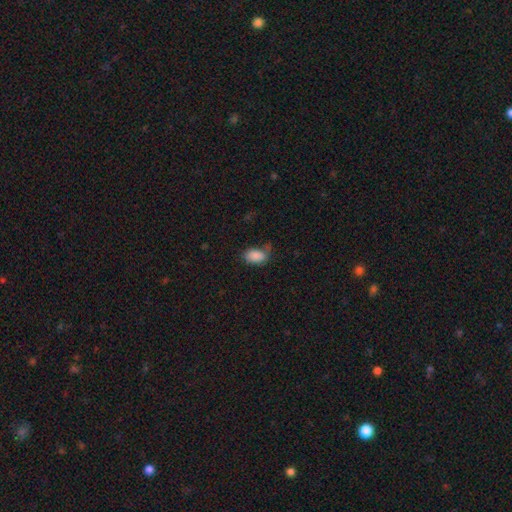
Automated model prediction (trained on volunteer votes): Smooth or featured?
  - smooth: 86% *
  - star or artifact: 8%
  - featured or disk: 6%
How rounded?
  - in between: 90% *
  - round: 8%
  - cigar-shaped: 1%
Merging?
  - none: 53% *
  - minor disturbance: 29%
  - major disturbance: 14%
  - merger: 4%